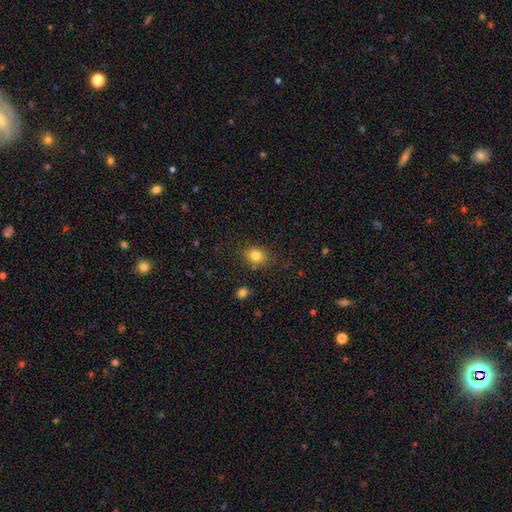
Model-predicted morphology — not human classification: A smooth galaxy with no disk features (82%) that is round (50%).

Vote fractions:
- Smooth or featured? smooth: 82% / star or artifact: 11% / featured or disk: 7%
- How rounded? round: 50% / in between: 49% / cigar-shaped: 1%
- Merging? none: 80% / minor disturbance: 13% / major disturbance: 4% / merger: 3%